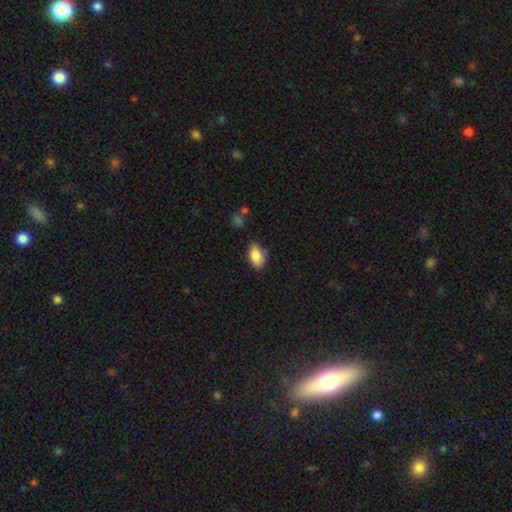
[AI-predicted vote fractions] This appears to be a smooth galaxy with no disk features (85%) that is in between round and cigar-shaped (90%). Merging: none (73%).